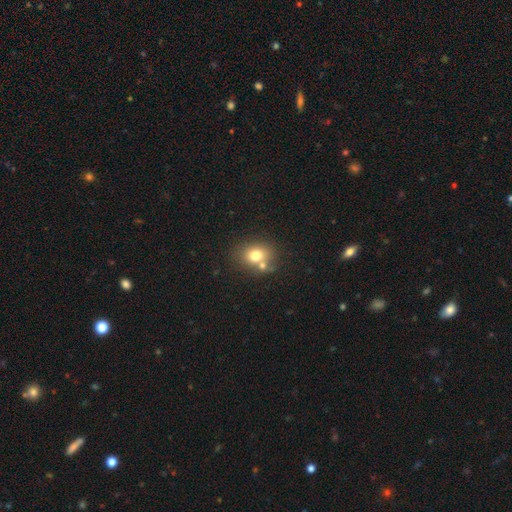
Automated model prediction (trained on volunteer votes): Q: Smooth or featured?
A: smooth (74%); runner-up: featured or disk (14%)
Q: How rounded?
A: round (53%); runner-up: in between (46%)
Q: Merging?
A: none (59%); runner-up: merger (25%)